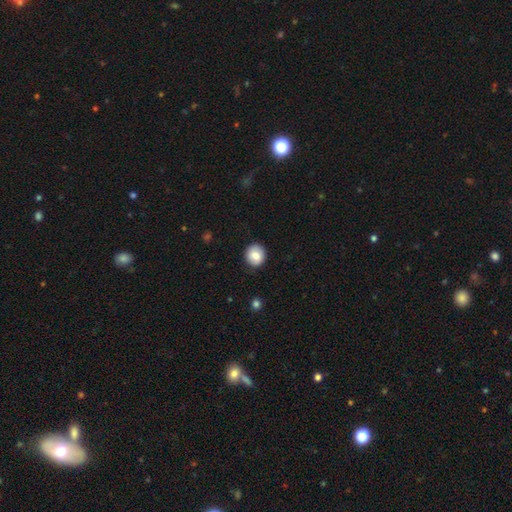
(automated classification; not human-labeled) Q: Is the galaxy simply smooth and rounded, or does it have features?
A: smooth — 81%.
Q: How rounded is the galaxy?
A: round — 86%.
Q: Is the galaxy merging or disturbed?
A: none — 88%.